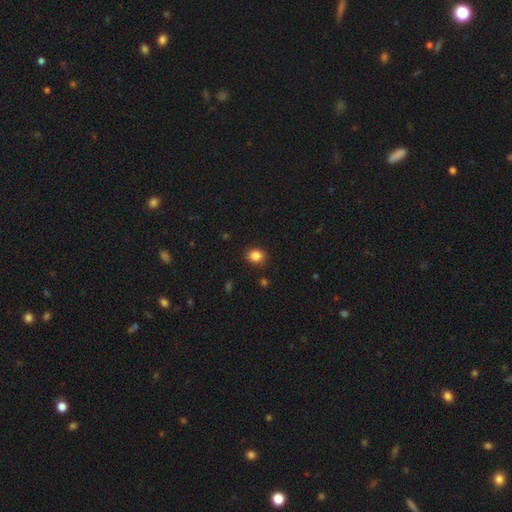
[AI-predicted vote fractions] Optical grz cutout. It shows a smooth galaxy with no disk features (85%) that is round (69%). Merging: none (89%).